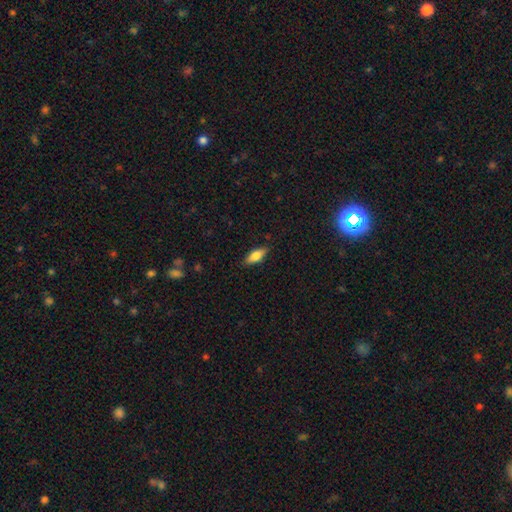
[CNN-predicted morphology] The model was most divided on "how rounded": in between: 73%, cigar-shaped: 24%, round: 3%. More confident: merging — none (86%); smooth or featured — smooth (72%).